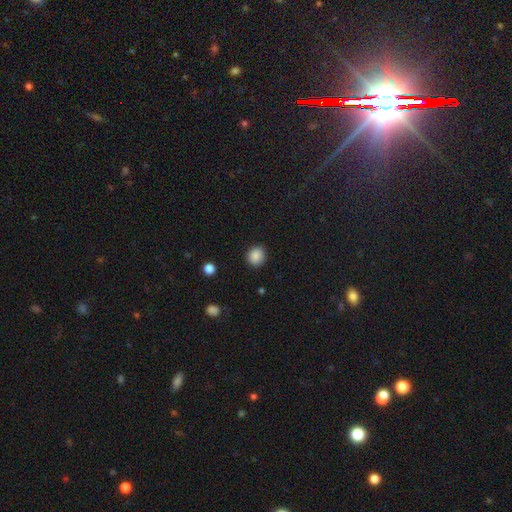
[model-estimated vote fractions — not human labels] This appears to be a smooth galaxy with no disk features (87%) that is round (83%). Merging: none (88%).